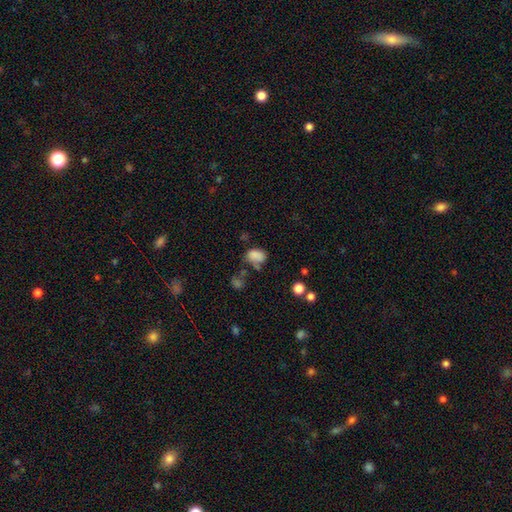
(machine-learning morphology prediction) Smooth or featured?
  - smooth: 79% *
  - star or artifact: 12%
  - featured or disk: 9%
How rounded?
  - in between: 77% *
  - round: 22%
  - cigar-shaped: 1%
Merging?
  - none: 42% *
  - minor disturbance: 26%
  - major disturbance: 16%
  - merger: 16%